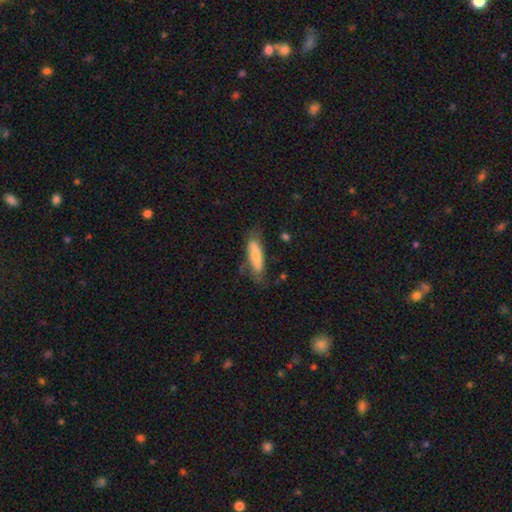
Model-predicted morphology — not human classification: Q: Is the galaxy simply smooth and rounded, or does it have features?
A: smooth — 72%.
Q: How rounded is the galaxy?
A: cigar-shaped — 55%.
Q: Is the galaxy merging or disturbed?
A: none — 57%.